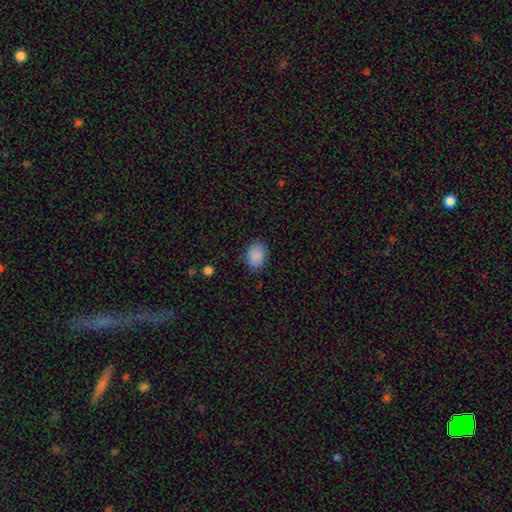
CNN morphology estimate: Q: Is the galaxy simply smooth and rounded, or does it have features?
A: smooth — 88%.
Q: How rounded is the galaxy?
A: in between — 70%.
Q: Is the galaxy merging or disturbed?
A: none — 83%.